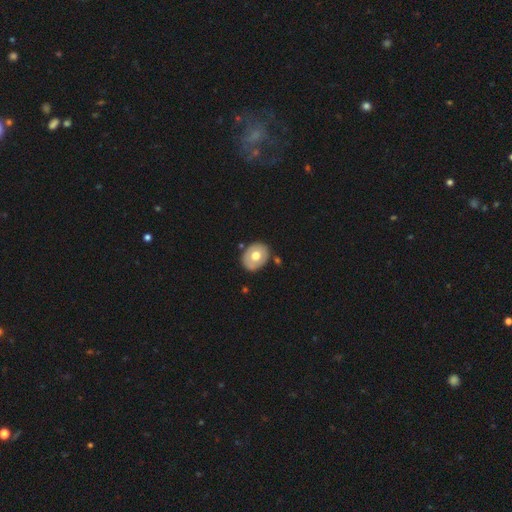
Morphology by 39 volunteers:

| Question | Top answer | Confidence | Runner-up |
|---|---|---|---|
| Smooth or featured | smooth | 62% | featured or disk (36%) |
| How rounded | round | 62% | in between (38%) |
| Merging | none | 95% | major disturbance (3%) |